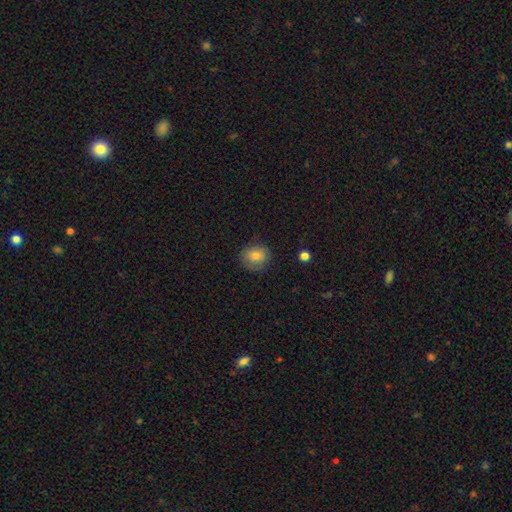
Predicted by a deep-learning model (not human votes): Q: Smooth or featured?
A: smooth (79%); runner-up: featured or disk (13%)
Q: How rounded?
A: round (80%); runner-up: in between (19%)
Q: Merging?
A: none (79%); runner-up: minor disturbance (16%)